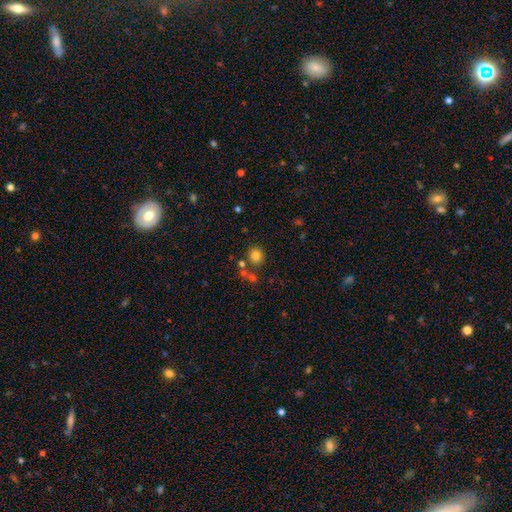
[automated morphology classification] The model was most divided on "merging": none: 73%, merger: 13%, minor disturbance: 10%, major disturbance: 4%. More confident: how rounded — round (81%); smooth or featured — smooth (80%).